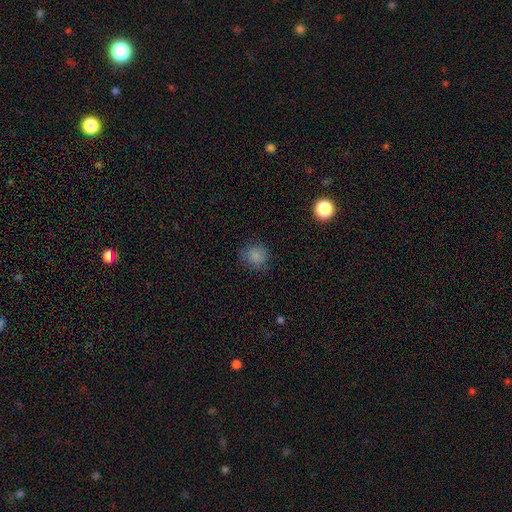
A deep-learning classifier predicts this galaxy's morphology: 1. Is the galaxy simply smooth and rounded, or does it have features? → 83% smooth, 12% star or artifact, 5% featured or disk.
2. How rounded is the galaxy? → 86% round, 13% in between, 1% cigar-shaped.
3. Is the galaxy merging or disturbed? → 81% none, 14% minor disturbance, 4% major disturbance, 1% merger.